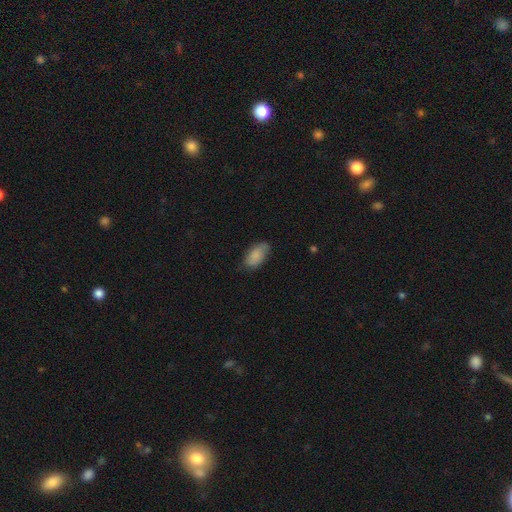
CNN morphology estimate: Overall: smooth (85%). How rounded: in between (93%). Merging: none (73%).